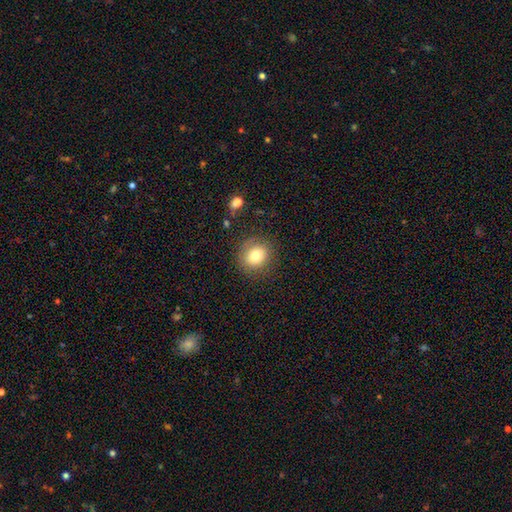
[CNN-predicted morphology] Smooth or featured? Predicted: smooth (p=0.77). How rounded? Predicted: round (p=0.79). Merging? Predicted: none (p=0.82).